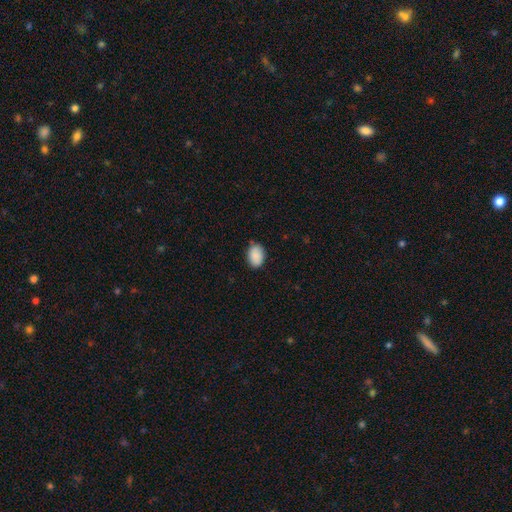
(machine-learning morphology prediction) A smooth galaxy with no disk features (90%) that is in between round and cigar-shaped (82%).

Vote fractions:
- Smooth or featured? smooth: 90% / star or artifact: 7% / featured or disk: 3%
- How rounded? in between: 82% / round: 17% / cigar-shaped: 1%
- Merging? none: 81% / minor disturbance: 15% / major disturbance: 3% / merger: 1%